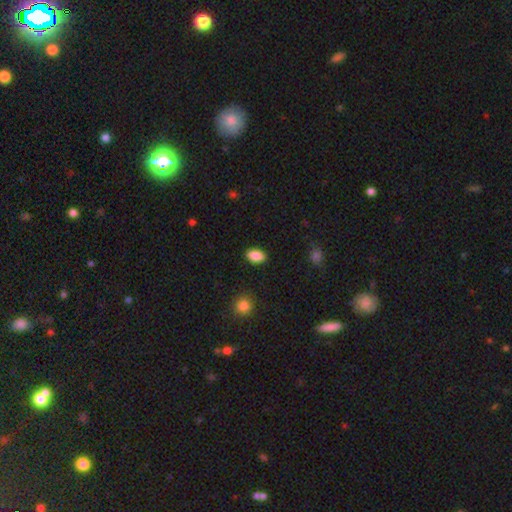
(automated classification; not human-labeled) Smooth or featured? Predicted: smooth (p=0.87). How rounded? Predicted: in between (p=0.91). Merging? Predicted: none (p=0.89).